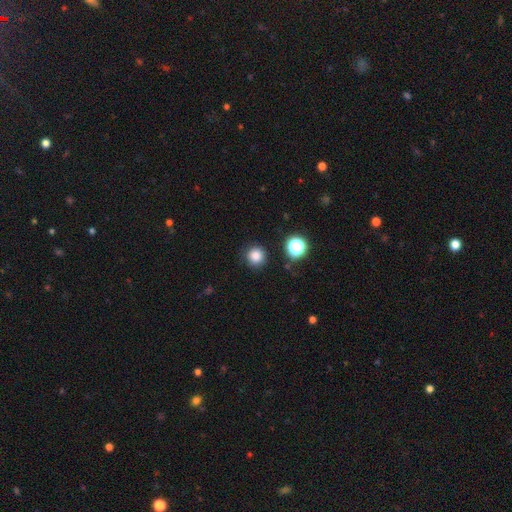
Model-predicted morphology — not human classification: A smooth galaxy with no disk features (82%) that is round (94%). Merging: none (88%).